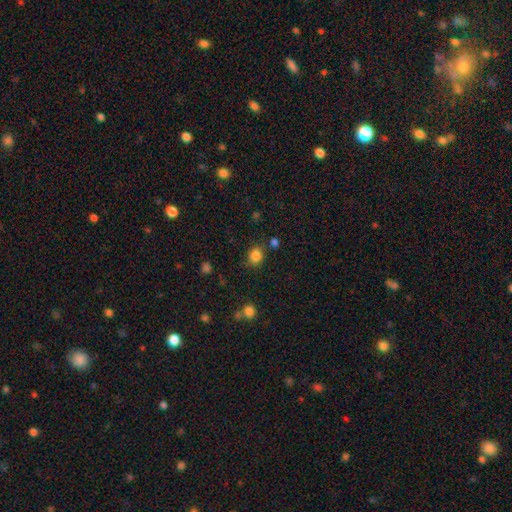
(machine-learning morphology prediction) Smooth or featured? smooth (84%)
How rounded? round (78%)
Merging? none (80%)